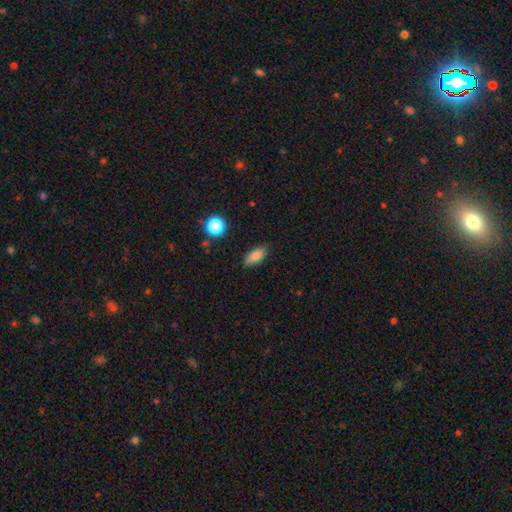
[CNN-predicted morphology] Smooth or featured? smooth (81%)
How rounded? in between (82%)
Merging? none (84%)